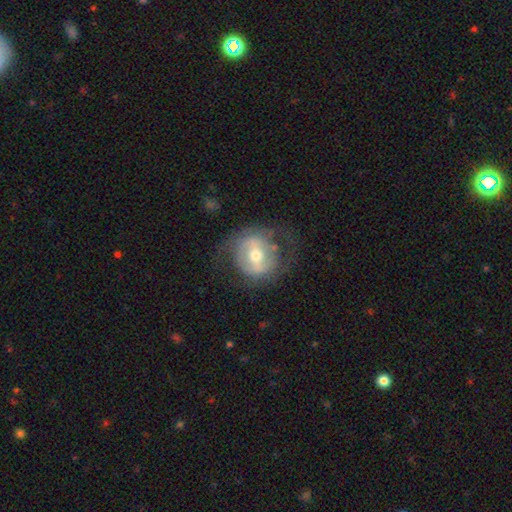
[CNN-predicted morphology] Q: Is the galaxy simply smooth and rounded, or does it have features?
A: featured or disk — 63%.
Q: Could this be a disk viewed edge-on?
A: no — 95%.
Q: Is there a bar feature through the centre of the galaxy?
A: weak — 38%.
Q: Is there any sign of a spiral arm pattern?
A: no — 58%.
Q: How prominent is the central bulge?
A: moderate — 69%.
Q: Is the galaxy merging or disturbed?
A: none — 64%.